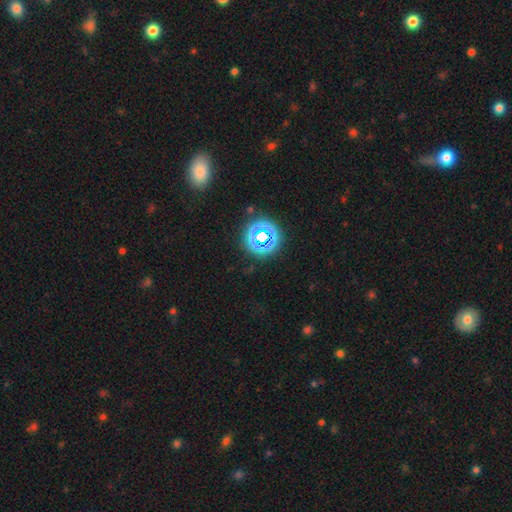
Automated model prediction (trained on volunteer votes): Morphology: type=smooth (53%); roundness=round (91%); merging=none (88%).